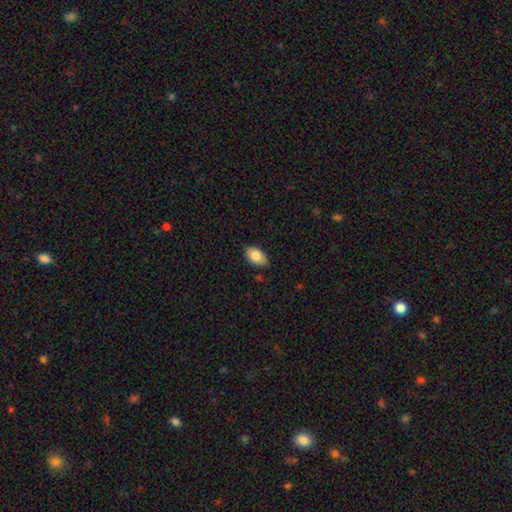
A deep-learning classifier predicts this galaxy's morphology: The model was most divided on "merging": none: 81%, minor disturbance: 16%, major disturbance: 2%, merger: 1%. More confident: how rounded — in between (92%); smooth or featured — smooth (83%).